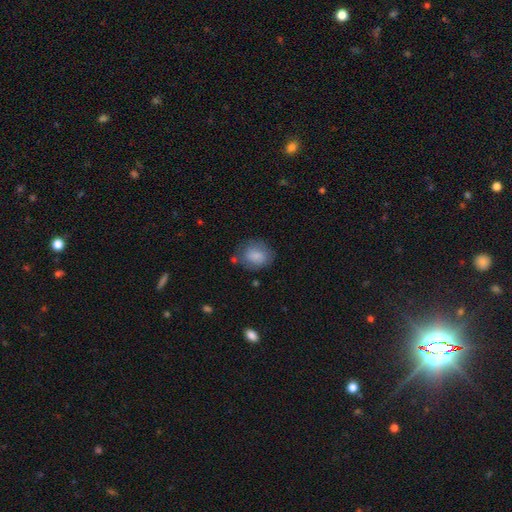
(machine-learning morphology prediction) type=smooth (81%); roundness=round (60%); merging=none (67%).